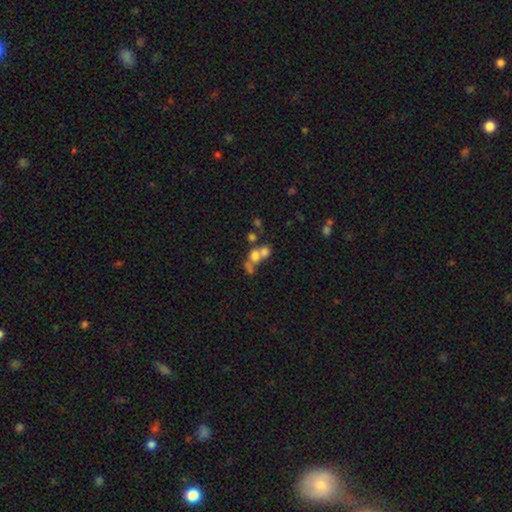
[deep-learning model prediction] smooth 60%, featured or disk 24%, star or artifact 16%. Down the decision tree: how rounded — round (66%); merging — merger (62%).